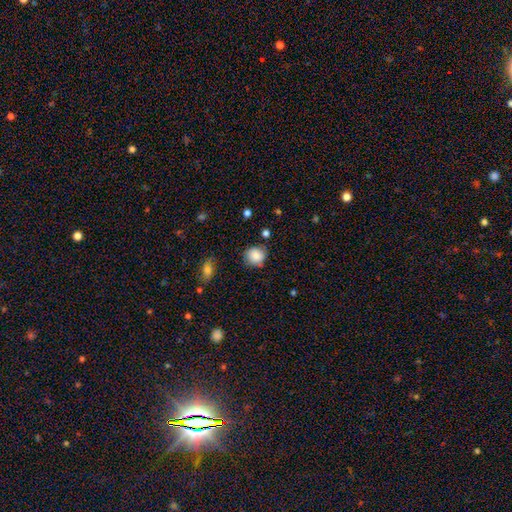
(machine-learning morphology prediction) Overall: smooth (83%). How rounded: round (85%). Merging: none (75%).